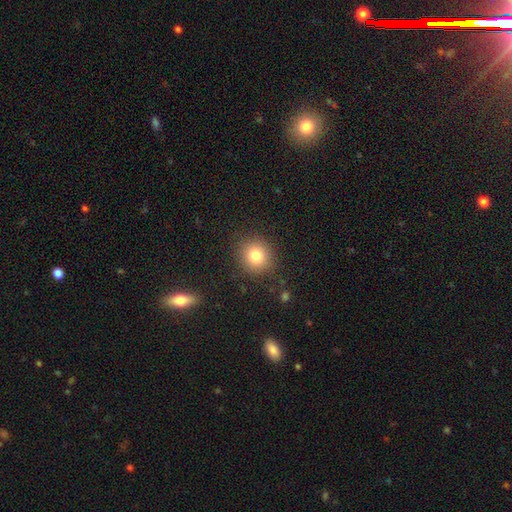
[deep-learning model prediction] Q: Smooth or featured?
A: smooth (80%); runner-up: star or artifact (12%)
Q: How rounded?
A: round (86%); runner-up: in between (13%)
Q: Merging?
A: none (87%); runner-up: minor disturbance (8%)